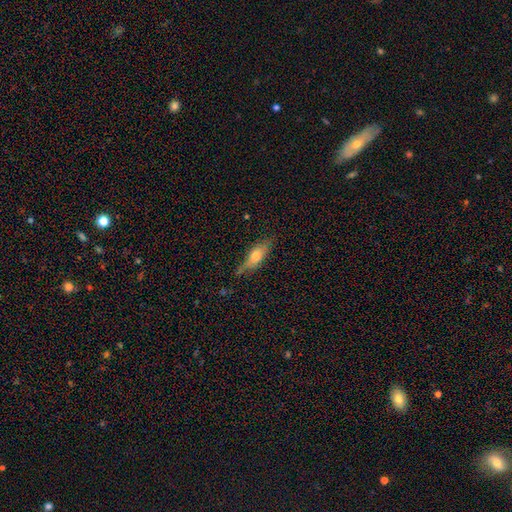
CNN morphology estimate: Smooth or featured?
  - smooth: 56% *
  - featured or disk: 37%
  - star or artifact: 7%
How rounded?
  - cigar-shaped: 50% *
  - in between: 47%
  - round: 3%
Merging?
  - none: 69% *
  - minor disturbance: 23%
  - major disturbance: 5%
  - merger: 2%